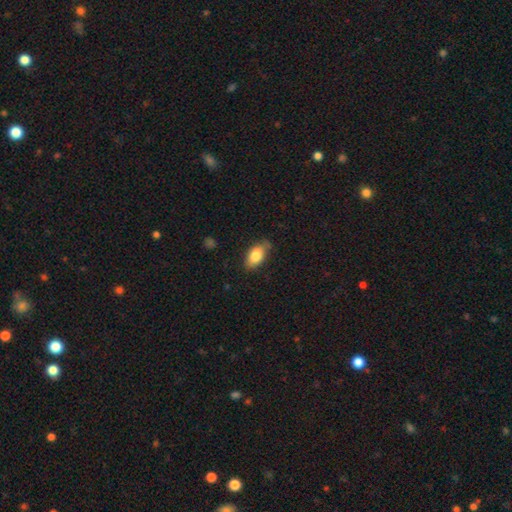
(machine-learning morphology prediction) Smooth or featured? Predicted: smooth (p=0.81). How rounded? Predicted: in between (p=0.91). Merging? Predicted: none (p=0.75).